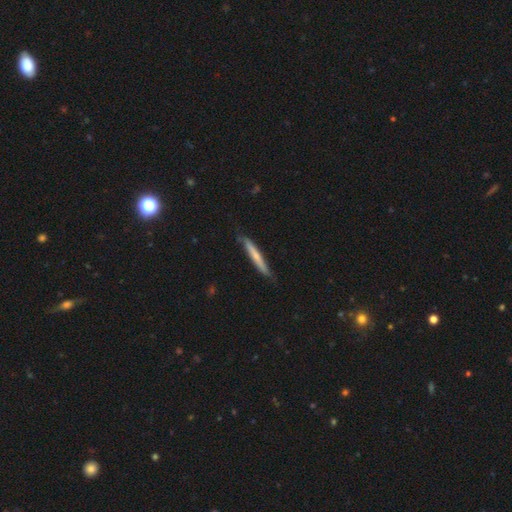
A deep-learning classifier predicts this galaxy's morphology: Smooth or featured? smooth (56%)
How rounded? cigar-shaped (95%)
Merging? none (78%)